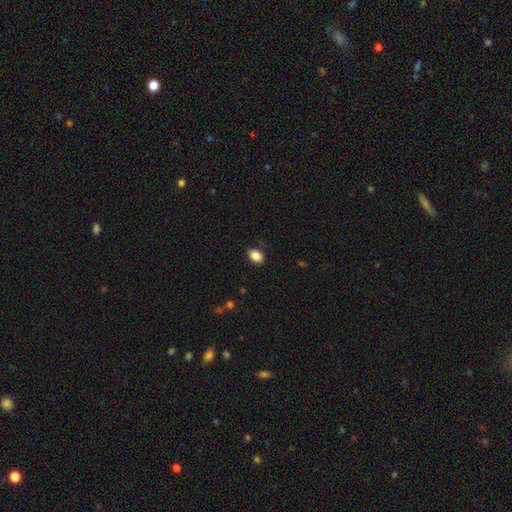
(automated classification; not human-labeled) smooth 87%, star or artifact 8%, featured or disk 5%. Down the decision tree: how rounded — in between (83%); merging — none (86%).